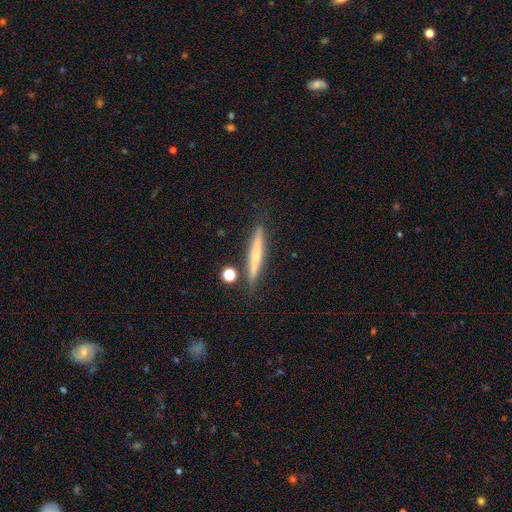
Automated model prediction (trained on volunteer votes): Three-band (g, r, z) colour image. It shows a smooth galaxy with no disk features (48%). Merging: none (83%).